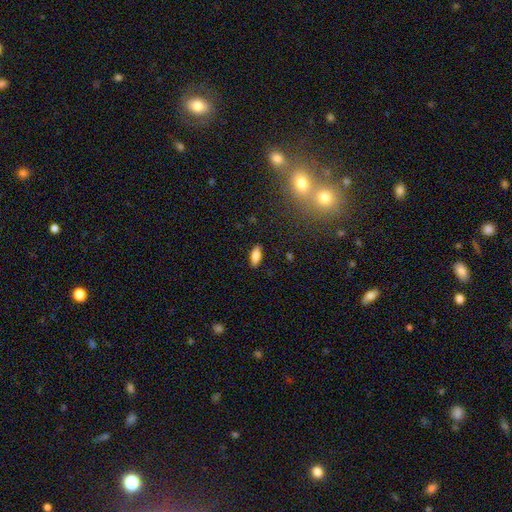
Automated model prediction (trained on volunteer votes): Smooth or featured? smooth (79%)
How rounded? in between (82%)
Merging? none (87%)